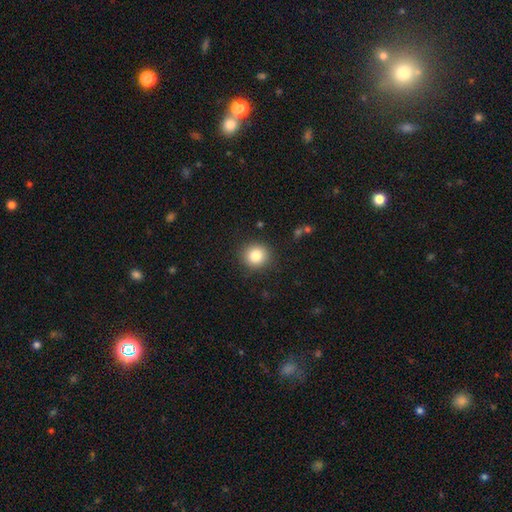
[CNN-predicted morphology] type=smooth (82%); roundness=round (90%); merging=none (90%).